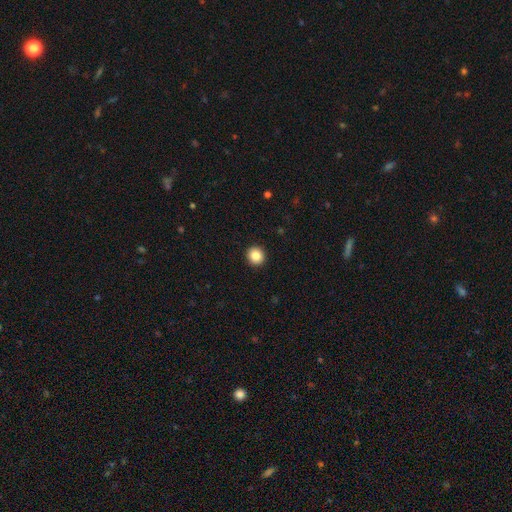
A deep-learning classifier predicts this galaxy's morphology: The model was most divided on "smooth or featured": smooth: 86%, star or artifact: 9%, featured or disk: 5%. More confident: merging — none (93%); how rounded — round (93%).